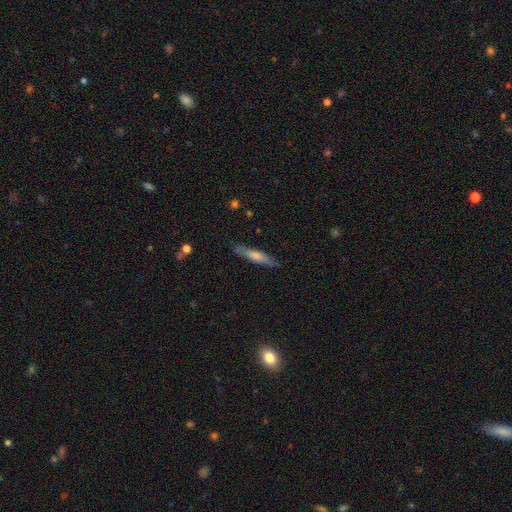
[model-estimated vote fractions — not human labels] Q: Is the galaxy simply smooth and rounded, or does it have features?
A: smooth — 59%.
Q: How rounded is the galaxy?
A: cigar-shaped — 89%.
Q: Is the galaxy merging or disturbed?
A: none — 84%.